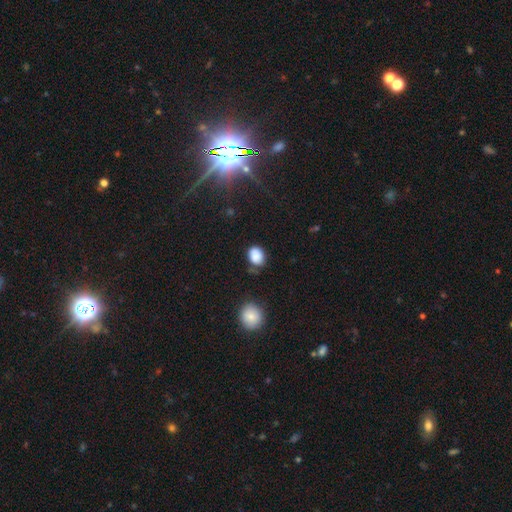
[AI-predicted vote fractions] This is clearly a smooth galaxy (86%). How rounded: likely in between (62%). Merging: likely none (66%).